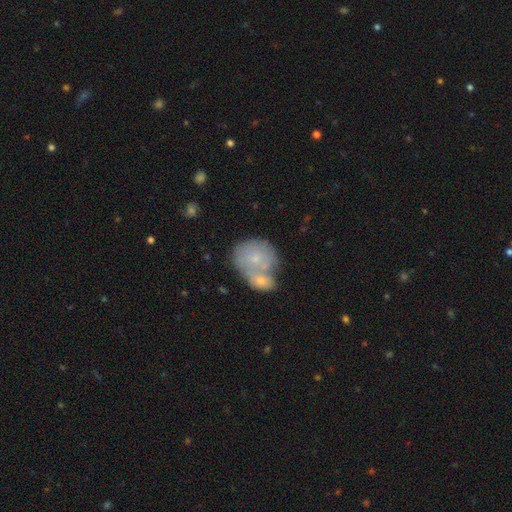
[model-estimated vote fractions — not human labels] smooth_or_featured: smooth (p=0.59) [alt: featured or disk p=0.33]
how_rounded: round (p=0.66) [alt: in between p=0.33]
merging: merger (p=0.64) [alt: none p=0.22]